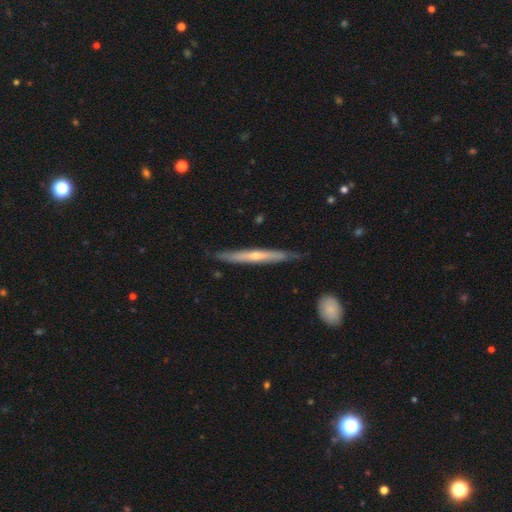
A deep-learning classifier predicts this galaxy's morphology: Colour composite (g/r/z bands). It shows a featured or disk galaxy (72%) viewed edge-on (96%) with a rounded central bulge (73%). Merging: none (87%).